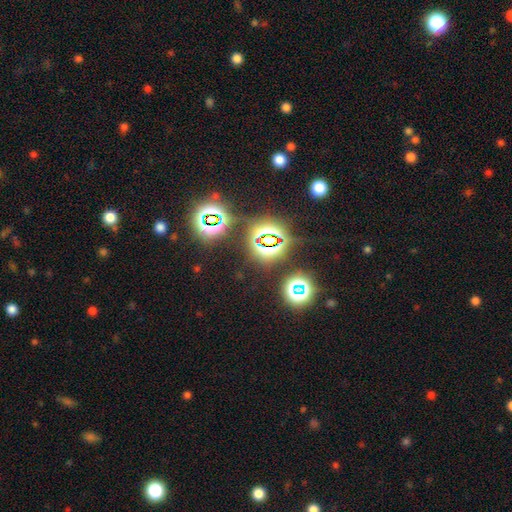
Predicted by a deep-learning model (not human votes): This appears to be a star or artifact, not a galaxy (81%).